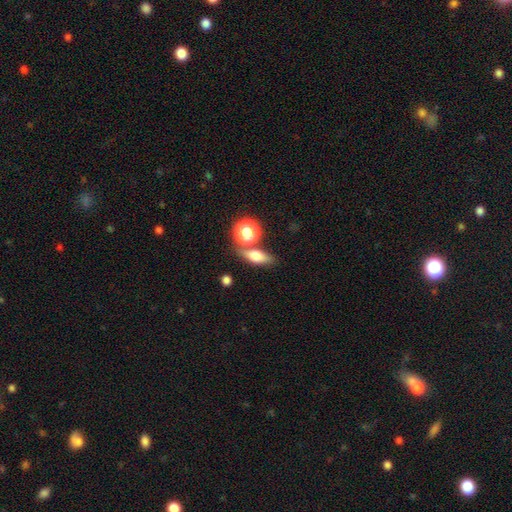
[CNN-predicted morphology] smooth_or_featured: smooth (p=0.63) [alt: featured or disk p=0.24]
how_rounded: in between (p=0.58) [alt: cigar-shaped p=0.22]
merging: none (p=0.69) [alt: merger p=0.14]